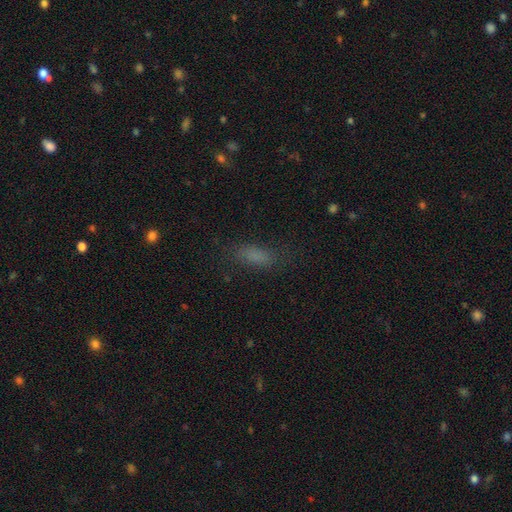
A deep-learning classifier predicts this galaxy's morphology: Smooth or featured? smooth (74%)
How rounded? in between (62%)
Merging? none (73%)